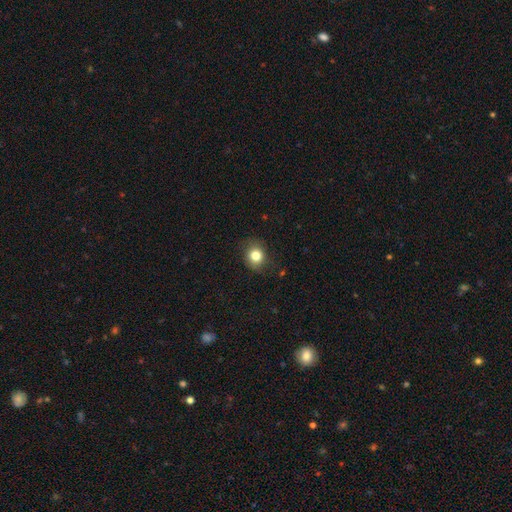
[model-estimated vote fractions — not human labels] A smooth galaxy with no disk features (82%) that is round (75%).

Vote fractions:
- Smooth or featured? smooth: 82% / star or artifact: 11% / featured or disk: 7%
- How rounded? round: 75% / in between: 24% / cigar-shaped: 1%
- Merging? none: 81% / minor disturbance: 14% / major disturbance: 4% / merger: 1%